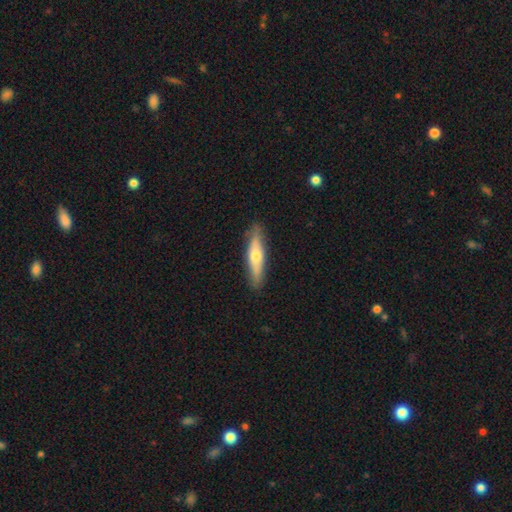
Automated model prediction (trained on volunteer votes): smooth_or_featured: smooth (p=0.50) [alt: featured or disk p=0.45]
merging: none (p=0.87) [alt: minor disturbance p=0.10]